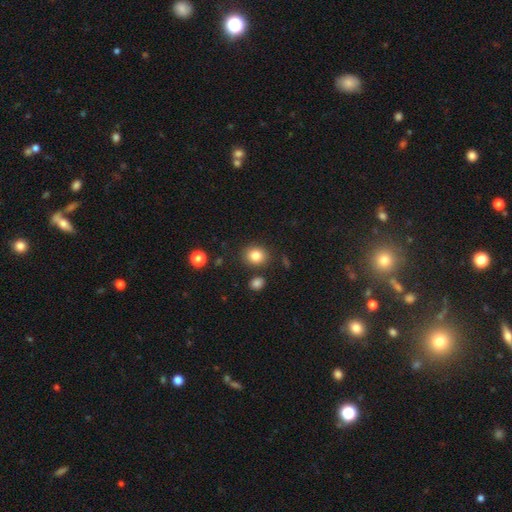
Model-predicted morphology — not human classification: Smooth or featured? smooth (83%)
How rounded? round (72%)
Merging? none (84%)